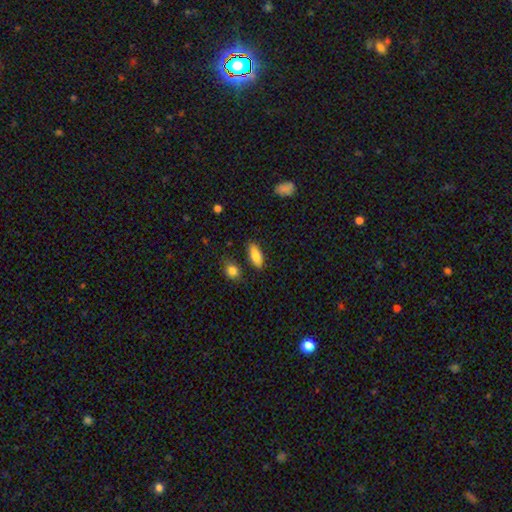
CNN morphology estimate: This appears to be a smooth galaxy with no disk features (83%) that is in between round and cigar-shaped (80%). Merging: none (81%).